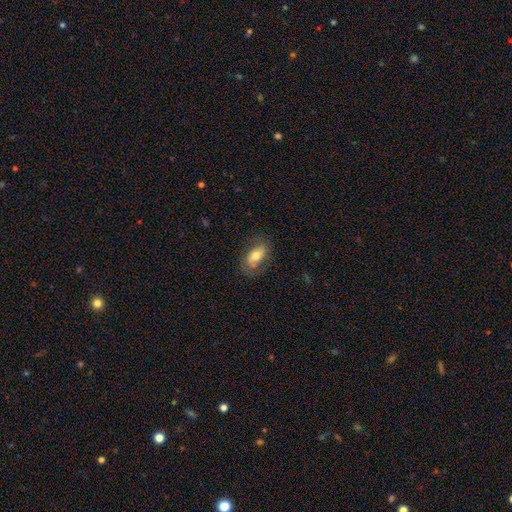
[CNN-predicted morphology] This appears to be a smooth galaxy with no disk features (64%) that is in between round and cigar-shaped (88%). Merging: none (74%).